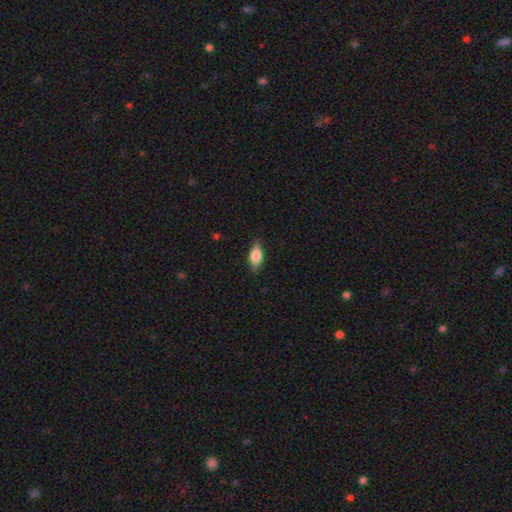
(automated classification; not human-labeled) Smooth or featured? smooth (72%)
How rounded? in between (82%)
Merging? none (82%)